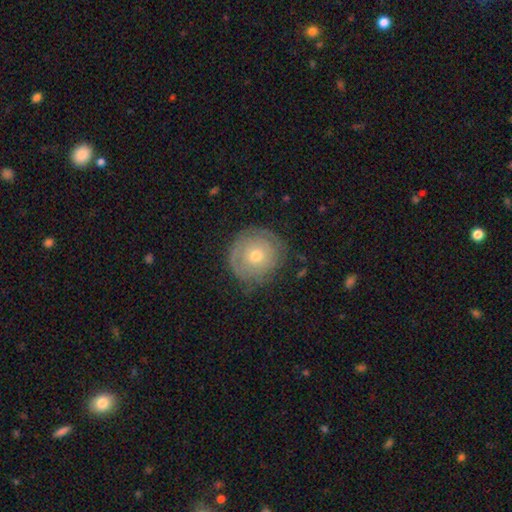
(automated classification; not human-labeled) Smooth or featured? featured or disk (49%)
Merging? none (76%)